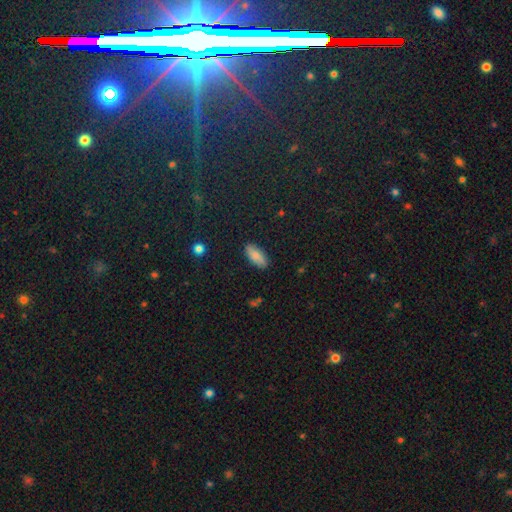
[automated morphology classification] smooth-or-featured: smooth: 82% | featured or disk: 10% | star or artifact: 8%
  how-rounded: in between: 87% | cigar-shaped: 11% | round: 2%
  merging: none: 87% | minor disturbance: 10% | major disturbance: 2% | merger: 1%